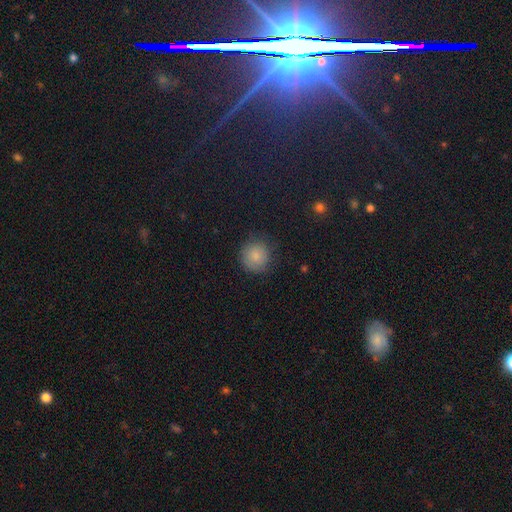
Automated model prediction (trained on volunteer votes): Smooth or featured: smooth — 82% (star or artifact — 9%)
How rounded: round — 91% (in between — 8%)
Merging: none — 77% (minor disturbance — 17%)